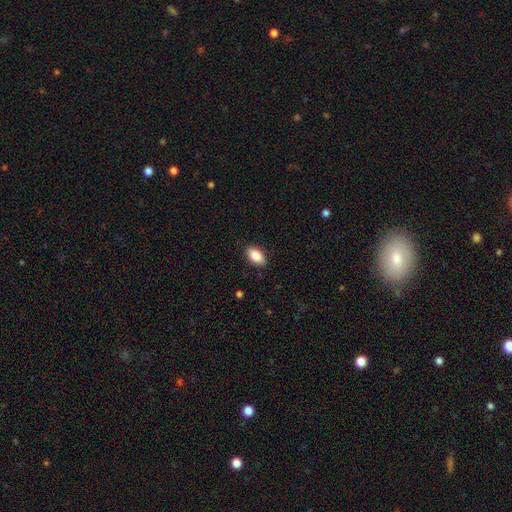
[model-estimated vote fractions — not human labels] smooth-or-featured: smooth: 86% | star or artifact: 7% | featured or disk: 7%
  how-rounded: in between: 92% | round: 5% | cigar-shaped: 3%
  merging: none: 88% | minor disturbance: 9% | major disturbance: 2% | merger: 1%